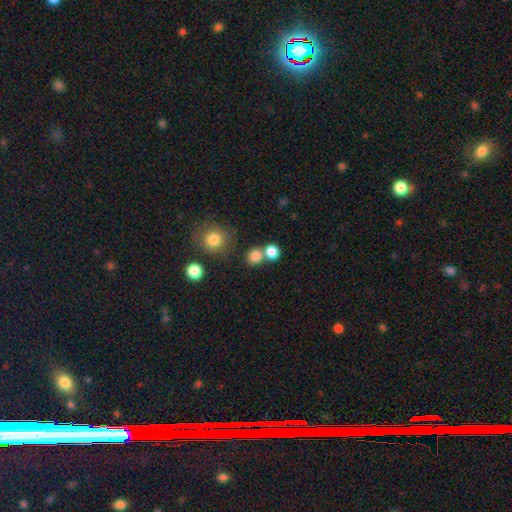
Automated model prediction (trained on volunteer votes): This is clearly a smooth galaxy (81%). How rounded: clearly round (84%). Merging: possibly none (60%).